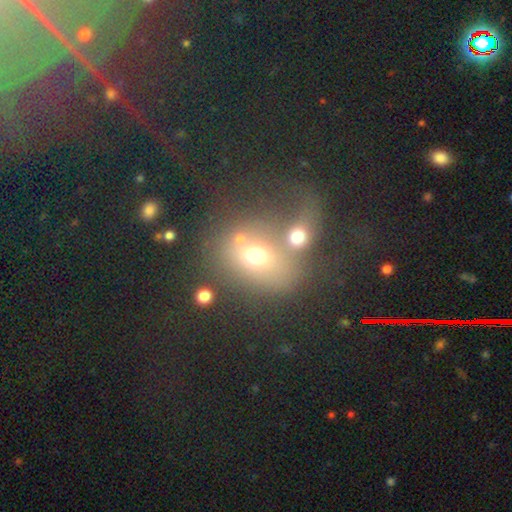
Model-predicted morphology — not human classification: This is likely a smooth galaxy (63%). How rounded: possibly round (56%). Merging: possibly merger (50%).